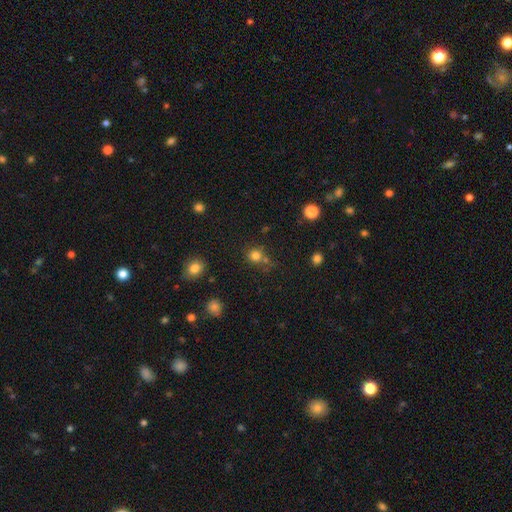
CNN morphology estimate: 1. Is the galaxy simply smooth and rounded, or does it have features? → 78% smooth, 16% star or artifact, 7% featured or disk.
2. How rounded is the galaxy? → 86% round, 13% in between, 1% cigar-shaped.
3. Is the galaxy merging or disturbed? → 63% none, 20% merger, 12% minor disturbance, 5% major disturbance.